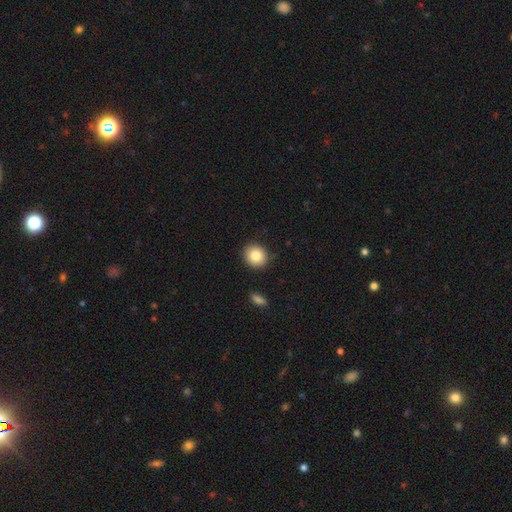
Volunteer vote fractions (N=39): This appears to be a smooth galaxy with no disk features (87%) that is round (82%). Merging: none (86%).